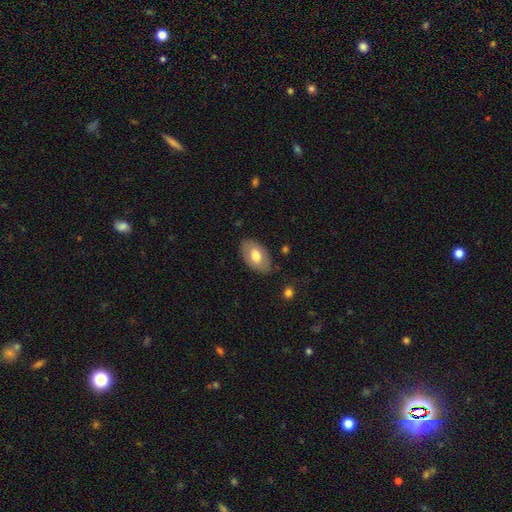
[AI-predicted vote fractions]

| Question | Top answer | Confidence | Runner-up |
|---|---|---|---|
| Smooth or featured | smooth | 68% | featured or disk (26%) |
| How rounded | in between | 93% | round (6%) |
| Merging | none | 81% | minor disturbance (14%) |